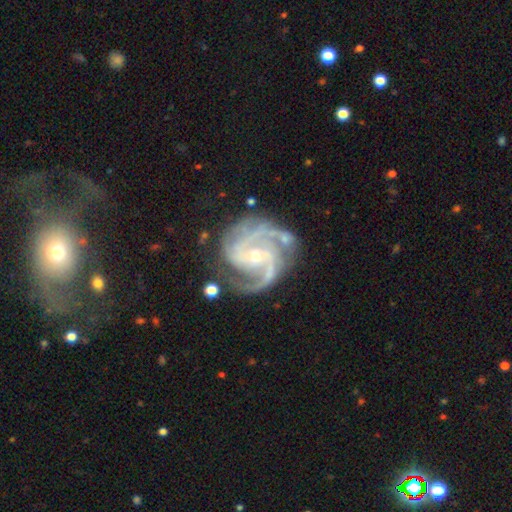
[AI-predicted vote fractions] The model was most divided on "spiral winding": medium: 48%, tight: 43%, loose: 9%. Remaining: spiral arms — yes (98%); edge-on disk — no (98%); smooth or featured — featured or disk (92%); merging — none (69%); bulge size — small (62%); bar — no (52%); spiral arm count — 3 (41%).